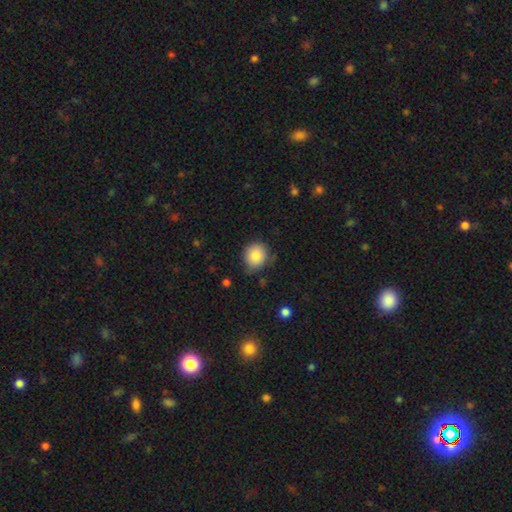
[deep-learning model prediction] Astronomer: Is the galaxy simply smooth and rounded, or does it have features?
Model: smooth — 85%.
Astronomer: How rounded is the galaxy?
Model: round — 83%.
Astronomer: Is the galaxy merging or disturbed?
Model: none — 73%.